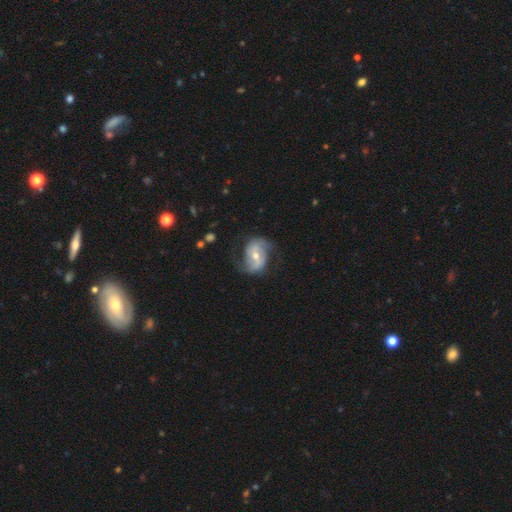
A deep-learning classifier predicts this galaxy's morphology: Smooth or featured?
  - featured or disk: 80% *
  - smooth: 14%
  - star or artifact: 6%
Edge-on disk?
  - no: 97% *
  - yes: 3%
Bar?
  - weak: 43% *
  - no: 32%
  - strong: 26%
Spiral arms?
  - yes: 92% *
  - no: 8%
Spiral winding?
  - loose: 42% *
  - medium: 41%
  - tight: 17%
Spiral arm count?
  - 2: 87% *
  - can't tell: 6%
  - 1: 3%
  - 3: 2%
  - 4: 1%
  - more than 4: 1%
Bulge size?
  - moderate: 60% *
  - small: 36%
  - large: 3%
  - none: 1%
  - dominant: 1%
Merging?
  - none: 67% *
  - minor disturbance: 20%
  - major disturbance: 12%
  - merger: 2%